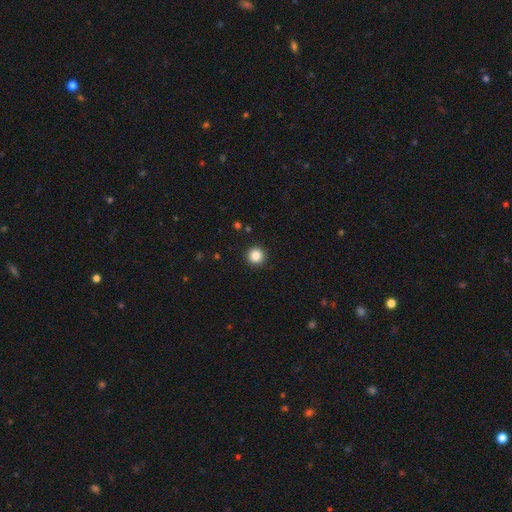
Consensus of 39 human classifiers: A smooth galaxy with no disk features (95%) that is round (100%). Merging: none (97%).